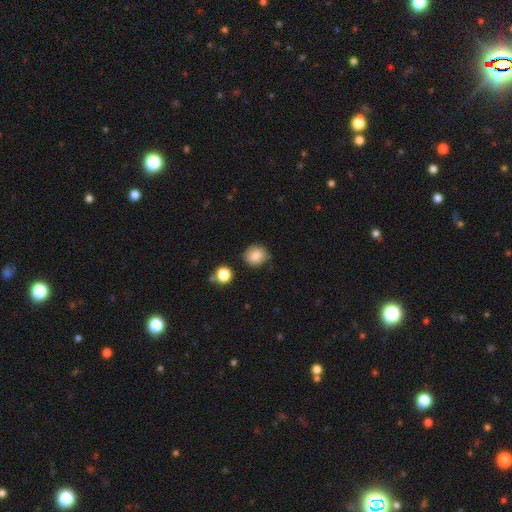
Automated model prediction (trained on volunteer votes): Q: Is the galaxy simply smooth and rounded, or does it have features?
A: smooth — 83%.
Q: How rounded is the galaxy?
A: round — 72%.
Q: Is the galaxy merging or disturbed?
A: none — 75%.